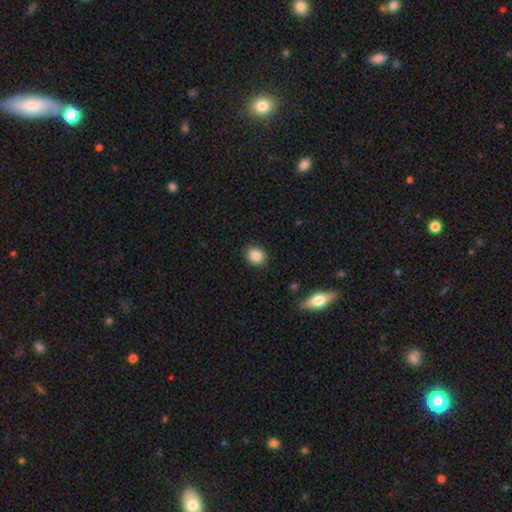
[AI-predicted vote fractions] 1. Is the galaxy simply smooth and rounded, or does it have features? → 87% smooth, 9% star or artifact, 4% featured or disk.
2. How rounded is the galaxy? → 68% round, 31% in between, 1% cigar-shaped.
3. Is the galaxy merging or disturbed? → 89% none, 8% minor disturbance, 2% major disturbance, 1% merger.